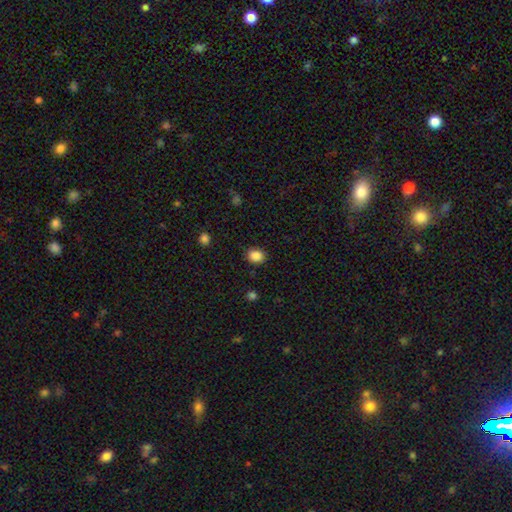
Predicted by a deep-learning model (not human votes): smooth_or_featured: smooth (p=0.87) [alt: star or artifact p=0.10]
how_rounded: round (p=0.53) [alt: in between p=0.46]
merging: none (p=0.87) [alt: minor disturbance p=0.10]